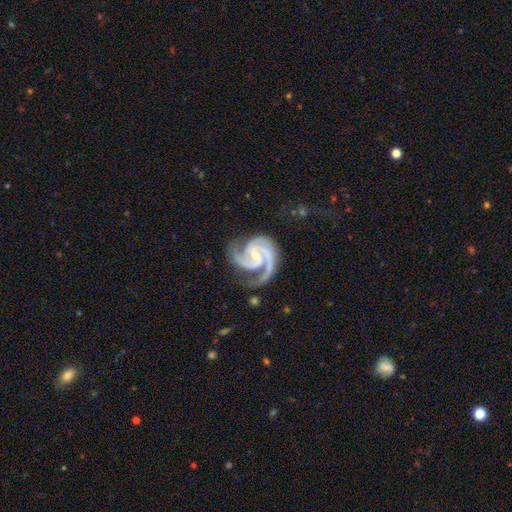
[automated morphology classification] Smooth or featured? Predicted: featured or disk (p=0.94). Edge-on disk? Predicted: no (p=0.98). Bar? Predicted: weak (p=0.40). Spiral arms? Predicted: yes (p=0.99). Spiral winding? Predicted: tight (p=0.48). Spiral arm count? Predicted: 3 (p=0.57). Bulge size? Predicted: small (p=0.67). Merging? Predicted: none (p=0.69).